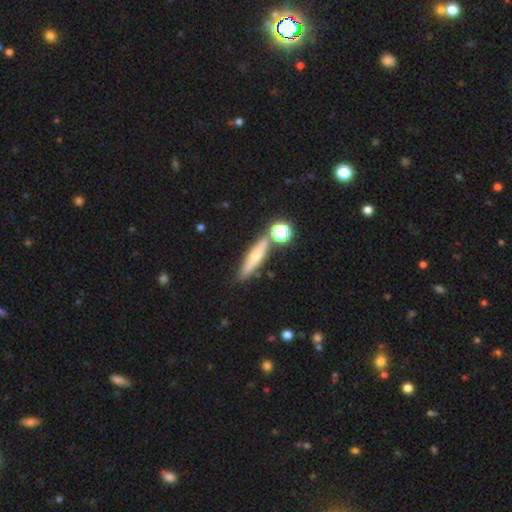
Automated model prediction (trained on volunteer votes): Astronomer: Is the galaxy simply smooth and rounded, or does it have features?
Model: featured or disk — 45%, tied with smooth at 45%.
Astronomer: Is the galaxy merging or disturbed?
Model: none — 72%.